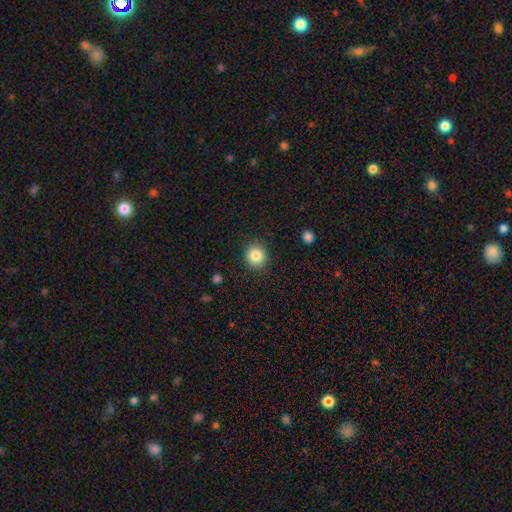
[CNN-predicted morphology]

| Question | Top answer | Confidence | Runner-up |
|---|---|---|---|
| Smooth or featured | smooth | 85% | star or artifact (10%) |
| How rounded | round | 88% | in between (11%) |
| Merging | none | 90% | minor disturbance (7%) |